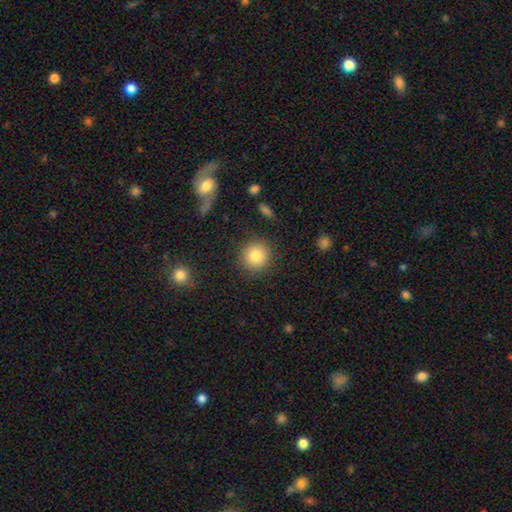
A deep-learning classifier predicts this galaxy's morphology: Q: Smooth or featured?
A: smooth (83%); runner-up: star or artifact (9%)
Q: How rounded?
A: round (90%); runner-up: in between (9%)
Q: Merging?
A: none (88%); runner-up: minor disturbance (7%)